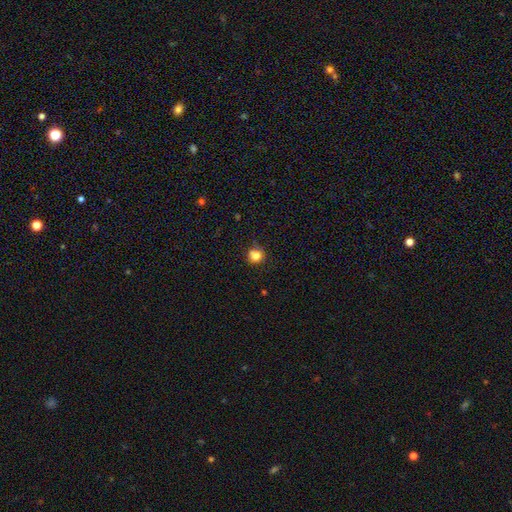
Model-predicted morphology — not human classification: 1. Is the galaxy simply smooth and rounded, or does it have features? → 81% smooth, 13% star or artifact, 6% featured or disk.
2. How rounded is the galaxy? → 89% round, 10% in between, 1% cigar-shaped.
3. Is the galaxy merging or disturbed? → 78% none, 14% minor disturbance, 5% merger, 3% major disturbance.